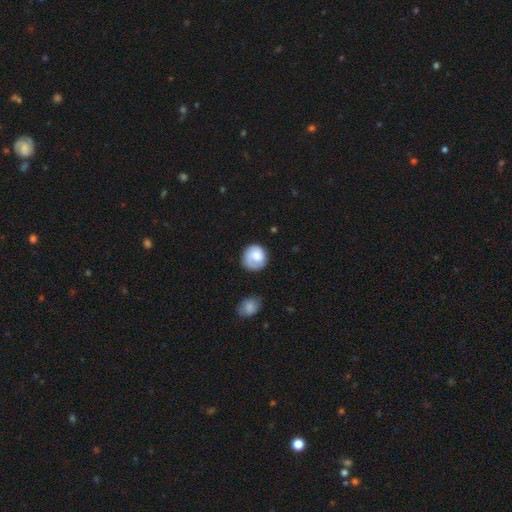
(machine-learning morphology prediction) Smooth or featured? Predicted: smooth (p=0.65). How rounded? Predicted: round (p=0.86). Merging? Predicted: none (p=0.70).